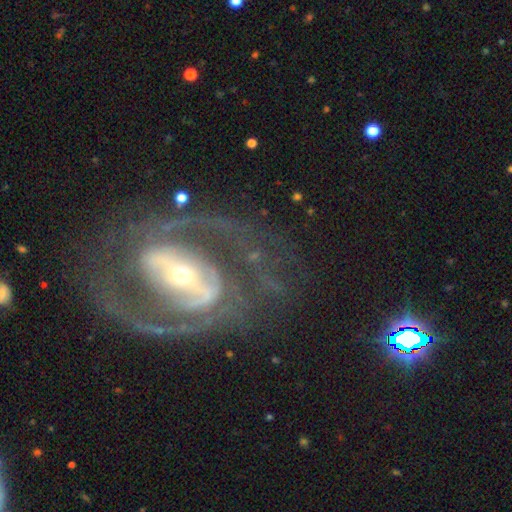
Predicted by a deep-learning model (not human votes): Smooth or featured? Predicted: featured or disk (p=0.87). Edge-on disk? Predicted: no (p=0.95). Bar? Predicted: strong (p=0.57). Spiral arms? Predicted: yes (p=0.87). Spiral winding? Predicted: medium (p=0.47). Spiral arm count? Predicted: 2 (p=0.80). Bulge size? Predicted: small (p=0.47). Merging? Predicted: none (p=0.65).